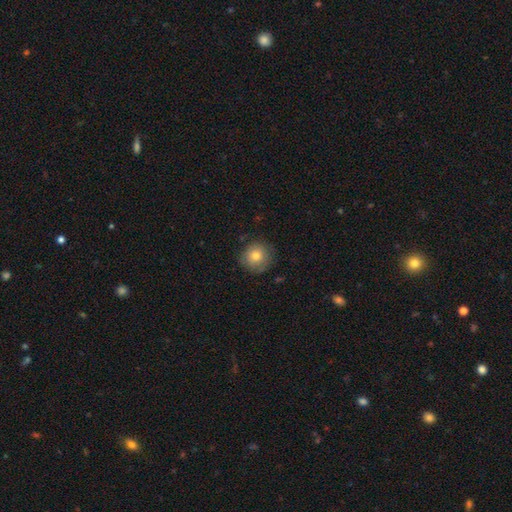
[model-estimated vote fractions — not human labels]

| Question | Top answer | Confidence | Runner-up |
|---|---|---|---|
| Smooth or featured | smooth | 79% | featured or disk (12%) |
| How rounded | round | 92% | in between (7%) |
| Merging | none | 81% | minor disturbance (15%) |